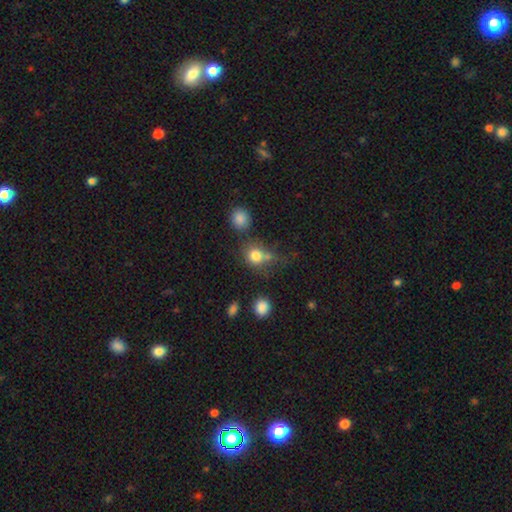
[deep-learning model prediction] A smooth galaxy with no disk features (78%) that is round (79%). Merging: none (48%).